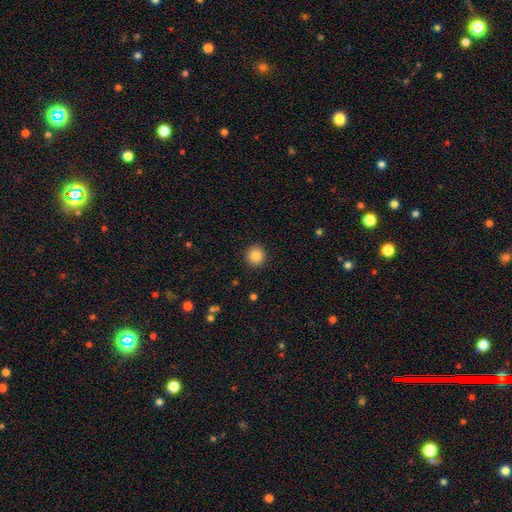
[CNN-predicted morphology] Smooth or featured: smooth — 85% (star or artifact — 10%)
How rounded: round — 93% (in between — 6%)
Merging: none — 92% (minor disturbance — 5%)